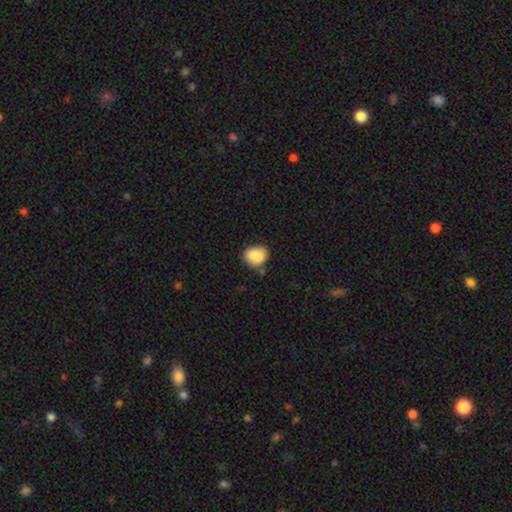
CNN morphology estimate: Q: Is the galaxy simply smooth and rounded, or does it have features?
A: smooth — 86%.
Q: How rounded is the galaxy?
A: in between — 51%.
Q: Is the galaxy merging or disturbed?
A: none — 66%.